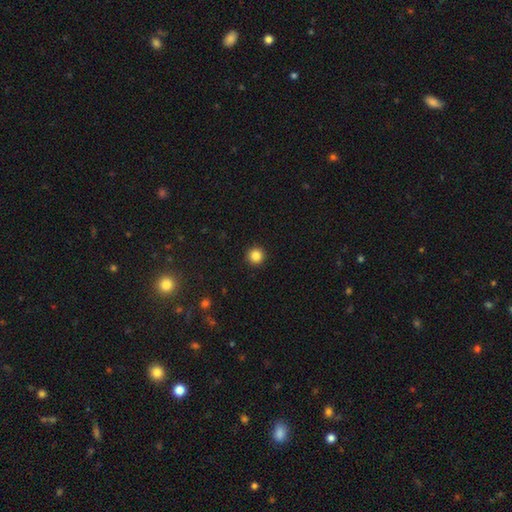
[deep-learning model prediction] smooth_or_featured: smooth (p=0.86) [alt: star or artifact p=0.11]
how_rounded: round (p=0.96) [alt: in between p=0.03]
merging: none (p=0.93) [alt: minor disturbance p=0.04]